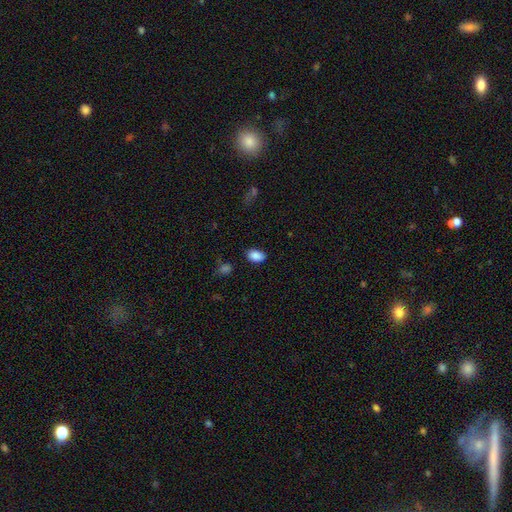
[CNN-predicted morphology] Overall: smooth (88%). How rounded: in between (90%). Merging: none (83%).